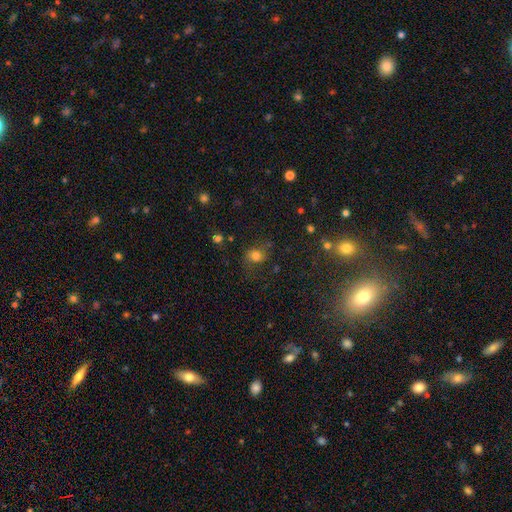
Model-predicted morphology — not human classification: A smooth galaxy with no disk features (72%) that is round (66%). Merging: none (66%).